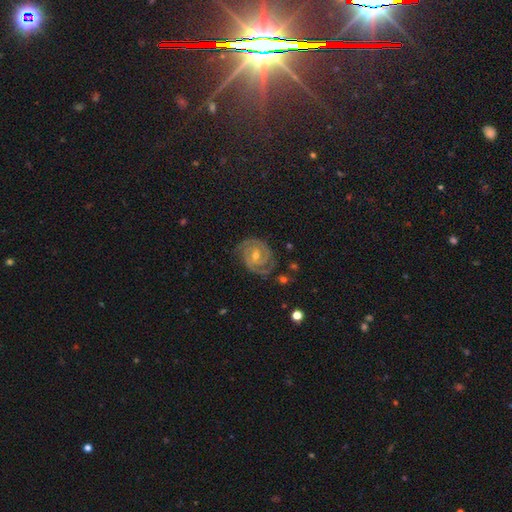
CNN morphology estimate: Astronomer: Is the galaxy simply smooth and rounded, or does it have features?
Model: featured or disk — 86%.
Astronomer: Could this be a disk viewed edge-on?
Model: no — 97%.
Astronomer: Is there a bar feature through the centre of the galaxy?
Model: no — 47% (runner-up: weak, 39%).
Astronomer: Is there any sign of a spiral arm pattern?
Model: yes — 97%.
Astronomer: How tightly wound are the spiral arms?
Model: tight — 74%.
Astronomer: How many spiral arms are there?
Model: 2 — 78%.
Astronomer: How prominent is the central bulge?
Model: moderate — 58% (runner-up: small, 38%).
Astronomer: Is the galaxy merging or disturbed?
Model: none — 79%.